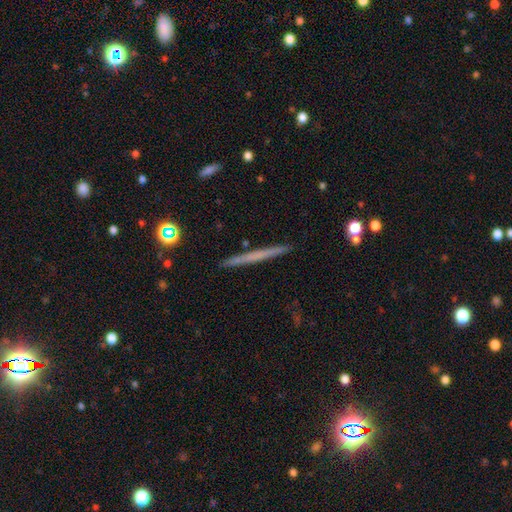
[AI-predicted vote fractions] smooth_or_featured: featured or disk (p=0.48) [alt: smooth p=0.45]
merging: none (p=0.92) [alt: minor disturbance p=0.06]